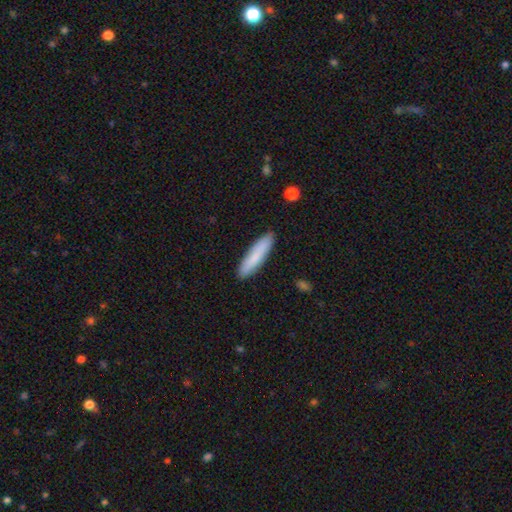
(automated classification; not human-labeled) This is clearly a smooth galaxy (83%). How rounded: clearly cigar-shaped (82%). Merging: clearly none (90%).